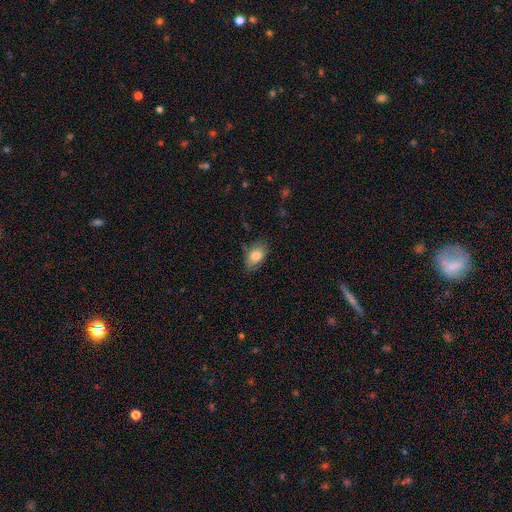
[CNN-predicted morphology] Q: Smooth or featured?
A: smooth (81%); runner-up: featured or disk (11%)
Q: How rounded?
A: in between (89%); runner-up: round (9%)
Q: Merging?
A: none (77%); runner-up: minor disturbance (18%)